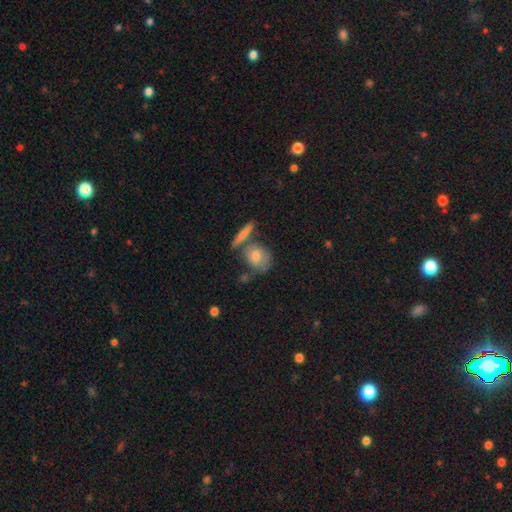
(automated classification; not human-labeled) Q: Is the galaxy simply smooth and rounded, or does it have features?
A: smooth — 40%.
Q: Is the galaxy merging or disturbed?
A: none — 41%.